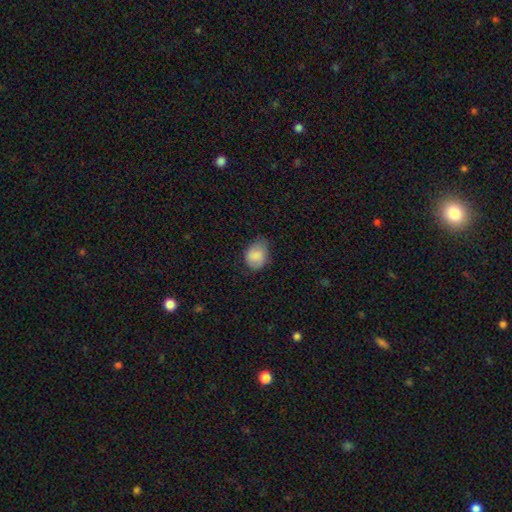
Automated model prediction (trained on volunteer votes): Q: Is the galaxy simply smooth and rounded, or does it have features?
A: smooth — 86%.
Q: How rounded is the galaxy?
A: in between — 54%.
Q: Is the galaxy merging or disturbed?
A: none — 58%.